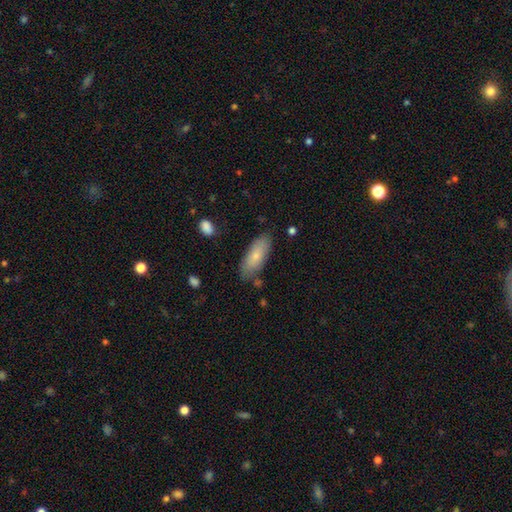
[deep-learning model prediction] A smooth galaxy with no disk features (76%) that is in between round and cigar-shaped (75%). Merging: none (77%).